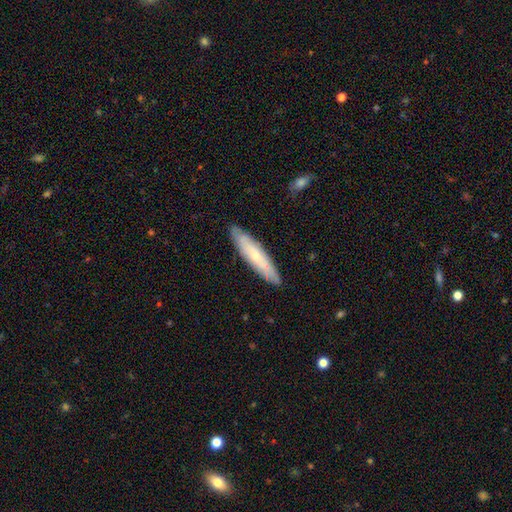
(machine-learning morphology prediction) smooth 53%, featured or disk 42%, star or artifact 6%. Down the decision tree: how rounded — cigar-shaped (85%); merging — none (86%).